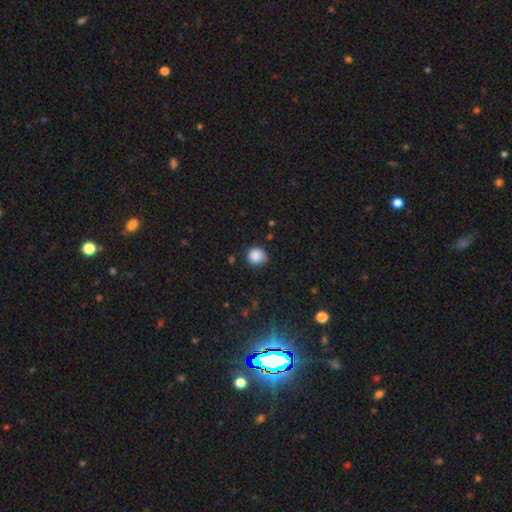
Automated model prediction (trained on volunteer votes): A smooth galaxy with no disk features (87%) that is round (90%). Merging: none (77%).